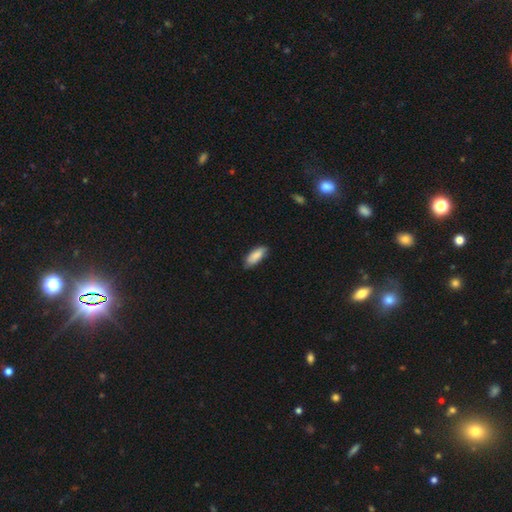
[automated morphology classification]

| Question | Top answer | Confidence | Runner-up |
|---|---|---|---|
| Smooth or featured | smooth | 87% | featured or disk (7%) |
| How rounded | in between | 79% | cigar-shaped (19%) |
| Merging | none | 79% | minor disturbance (18%) |